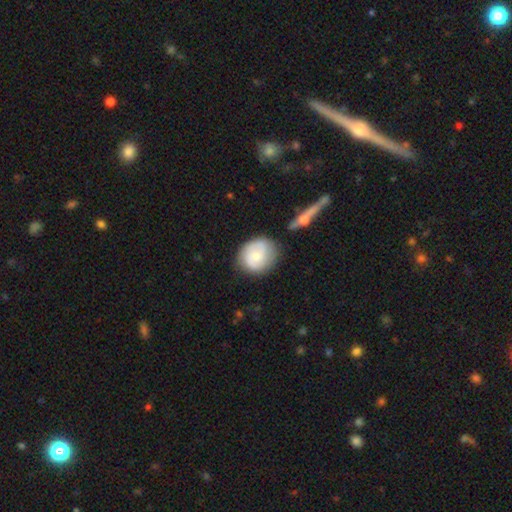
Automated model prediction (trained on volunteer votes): Smooth or featured? smooth (48%)
Merging? none (70%)